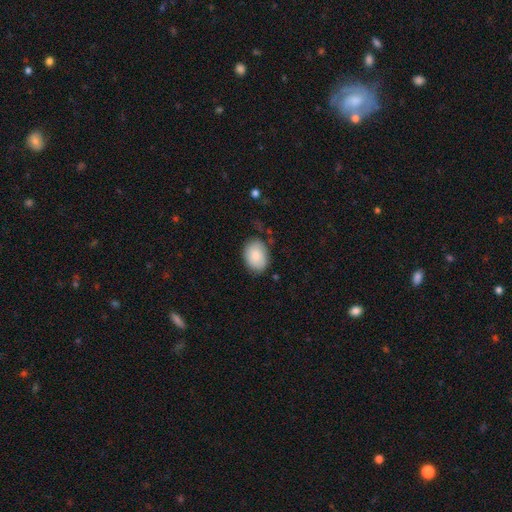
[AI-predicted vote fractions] Smooth or featured: smooth — 86% (featured or disk — 8%)
How rounded: in between — 78% (round — 21%)
Merging: none — 76% (minor disturbance — 18%)